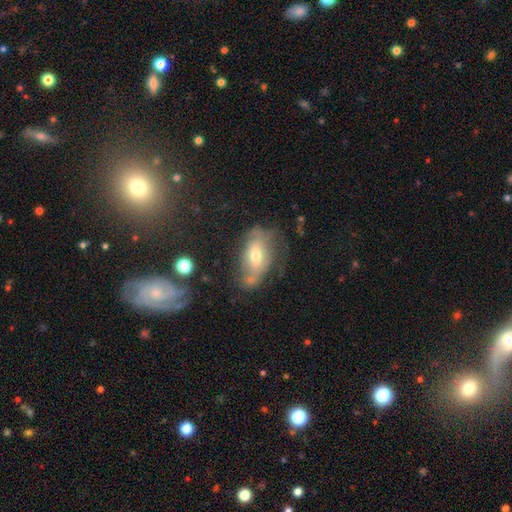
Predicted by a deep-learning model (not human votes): Smooth or featured? Predicted: featured or disk (p=0.47). Merging? Predicted: none (p=0.43).